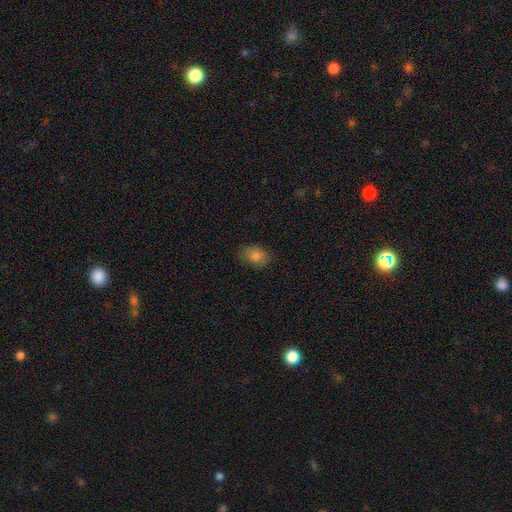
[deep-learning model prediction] Overall: smooth (82%). How rounded: in between (79%). Merging: none (81%).